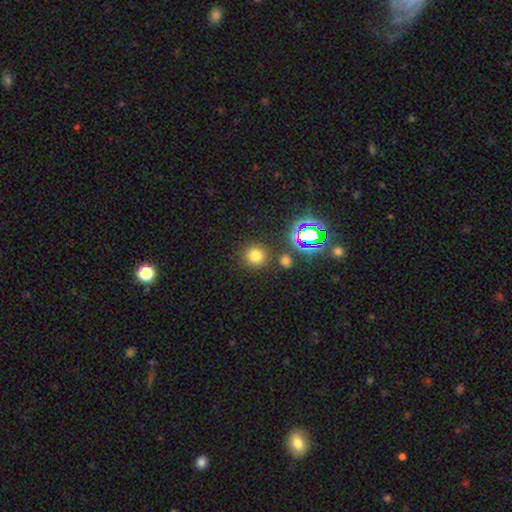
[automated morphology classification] smooth-or-featured: smooth: 71% | star or artifact: 22% | featured or disk: 7%
  how-rounded: round: 92% | in between: 7% | cigar-shaped: 1%
  merging: none: 83% | minor disturbance: 7% | merger: 6% | major disturbance: 3%